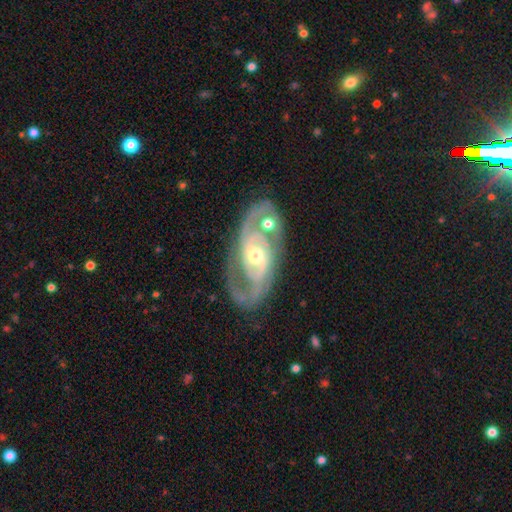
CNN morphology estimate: A featured or disk galaxy (89%) with no bar (52%), 2 (80%) medium (44%, tied with tight) spiral arms (94%) and a moderate central bulge (65%). Merging: none (67%).